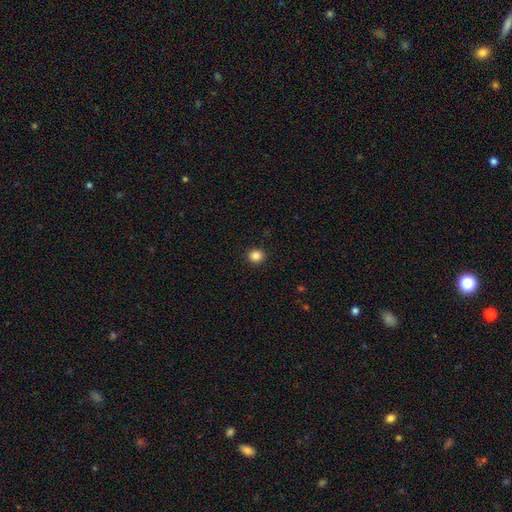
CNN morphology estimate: type=smooth (85%); roundness=round (87%); merging=none (92%).